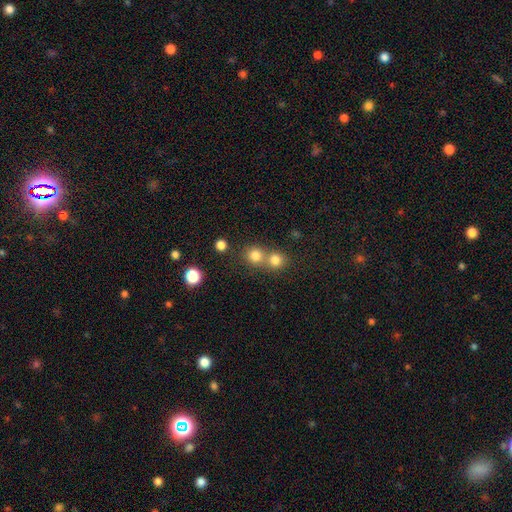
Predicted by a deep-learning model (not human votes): Smooth or featured? smooth (78%)
How rounded? round (89%)
Merging? none (52%)